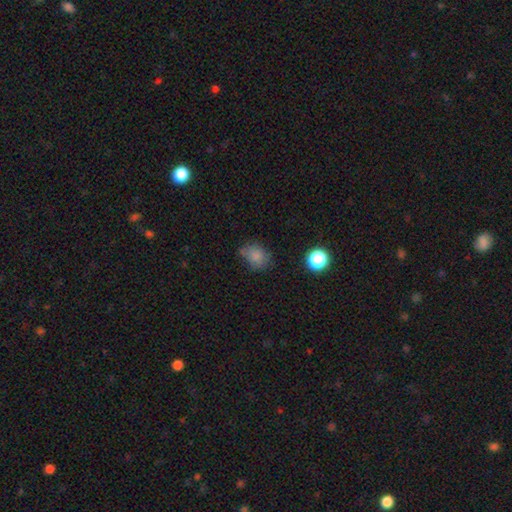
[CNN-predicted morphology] Smooth or featured?
  - smooth: 79% *
  - star or artifact: 13%
  - featured or disk: 8%
How rounded?
  - in between: 51% *
  - round: 48%
  - cigar-shaped: 1%
Merging?
  - none: 54% *
  - minor disturbance: 31%
  - major disturbance: 9%
  - merger: 6%